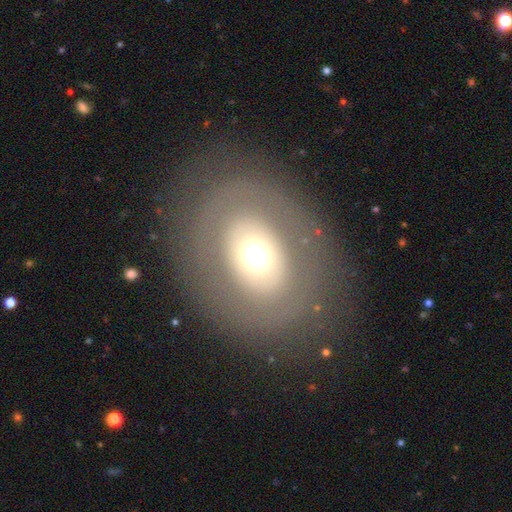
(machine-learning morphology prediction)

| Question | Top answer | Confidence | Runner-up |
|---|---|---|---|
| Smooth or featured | smooth | 53% | featured or disk (35%) |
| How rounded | in between | 53% | round (46%) |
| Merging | none | 82% | minor disturbance (9%) |